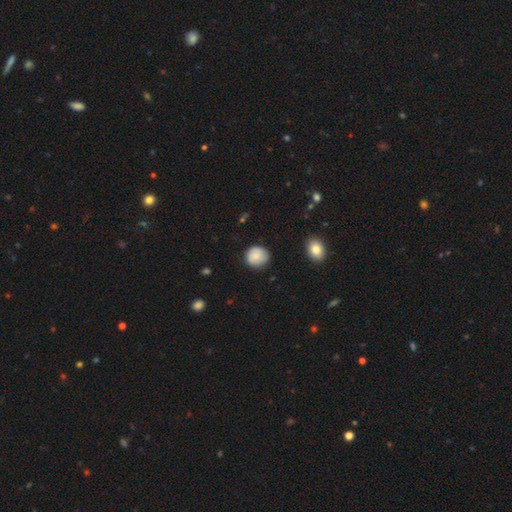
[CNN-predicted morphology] A smooth galaxy with no disk features (81%) that is round (89%).

Vote fractions:
- Smooth or featured? smooth: 81% / featured or disk: 11% / star or artifact: 8%
- How rounded? round: 89% / in between: 10% / cigar-shaped: 1%
- Merging? none: 80% / minor disturbance: 16% / major disturbance: 3% / merger: 1%